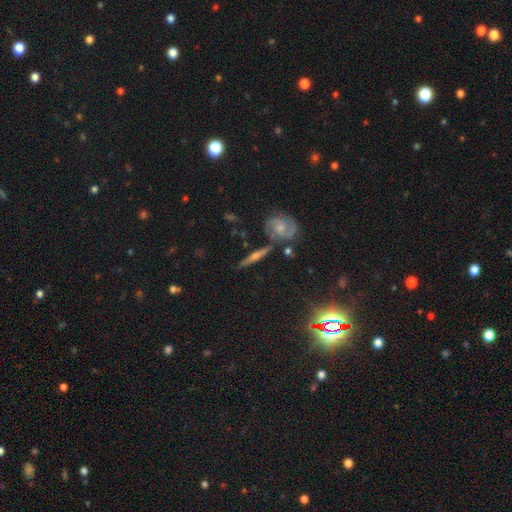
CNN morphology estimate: smooth_or_featured: featured or disk (p=0.65) [alt: smooth p=0.24]
disk_edge_on: yes (p=0.87) [alt: no p=0.13]
edge_on_bulge: rounded (p=0.80) [alt: none p=0.13]
merging: none (p=0.78) [alt: minor disturbance p=0.12]